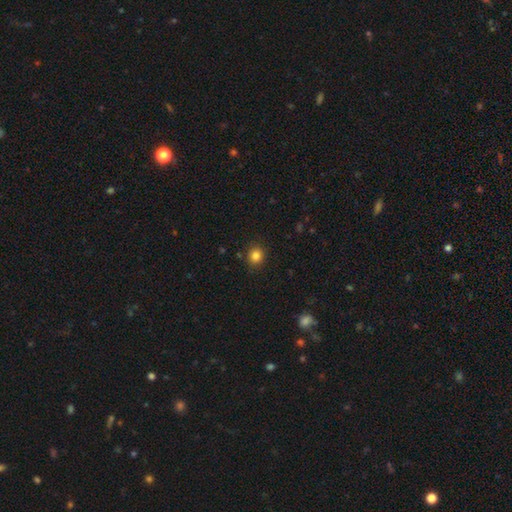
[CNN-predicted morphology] type=smooth (83%); roundness=round (84%); merging=none (88%).